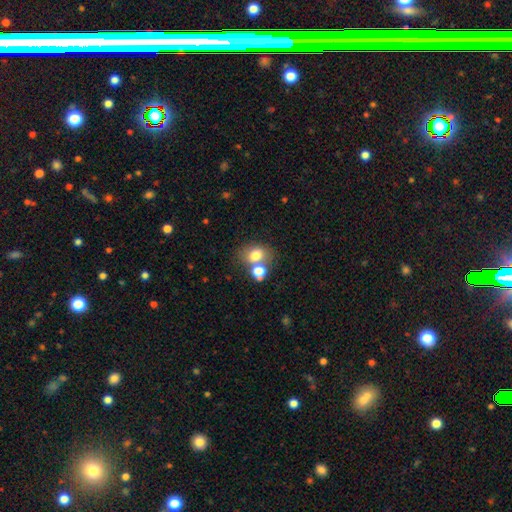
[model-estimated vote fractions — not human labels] Q: Smooth or featured?
A: smooth (75%); runner-up: featured or disk (13%)
Q: How rounded?
A: in between (53%); runner-up: round (46%)
Q: Merging?
A: none (49%); runner-up: merger (36%)